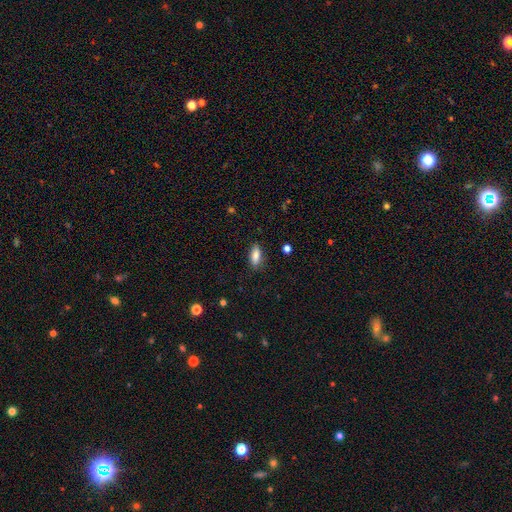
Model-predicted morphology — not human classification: Smooth or featured?
  - smooth: 84% *
  - featured or disk: 9%
  - star or artifact: 7%
How rounded?
  - in between: 74% *
  - cigar-shaped: 23%
  - round: 3%
Merging?
  - none: 82% *
  - minor disturbance: 13%
  - major disturbance: 3%
  - merger: 1%